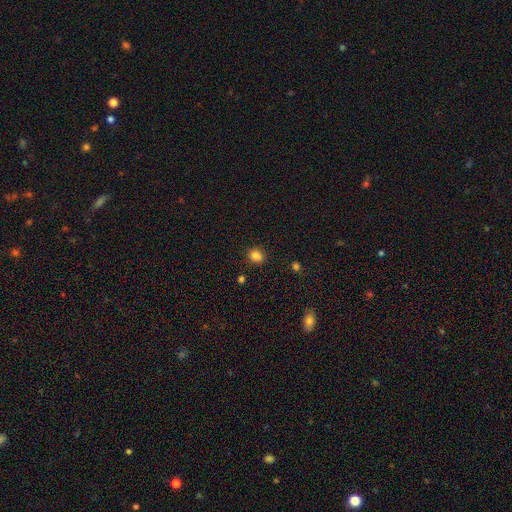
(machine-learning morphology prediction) Smooth or featured?
  - smooth: 83% *
  - star or artifact: 13%
  - featured or disk: 4%
How rounded?
  - round: 61% *
  - in between: 37%
  - cigar-shaped: 1%
Merging?
  - none: 84% *
  - minor disturbance: 11%
  - major disturbance: 3%
  - merger: 3%